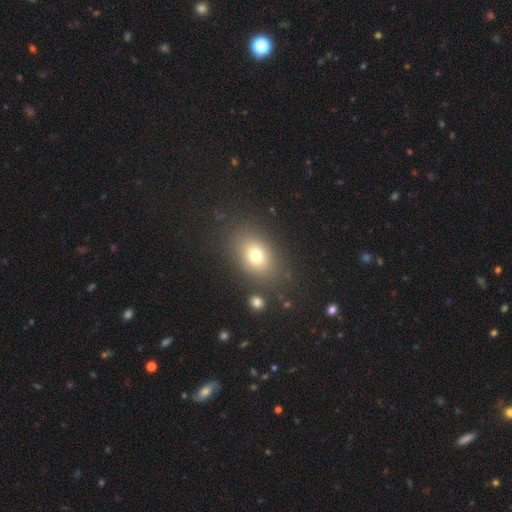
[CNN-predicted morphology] Q: Smooth or featured?
A: smooth (73%); runner-up: star or artifact (14%)
Q: How rounded?
A: in between (71%); runner-up: round (28%)
Q: Merging?
A: none (82%); runner-up: minor disturbance (10%)